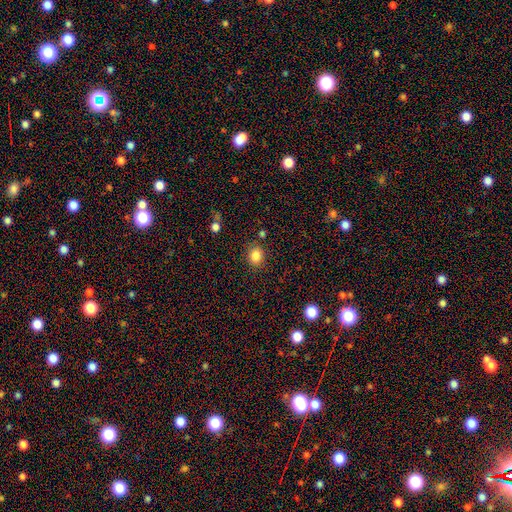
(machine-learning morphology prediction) Overall: smooth (84%). How rounded: round (60%; in between 39%). Merging: none (82%).